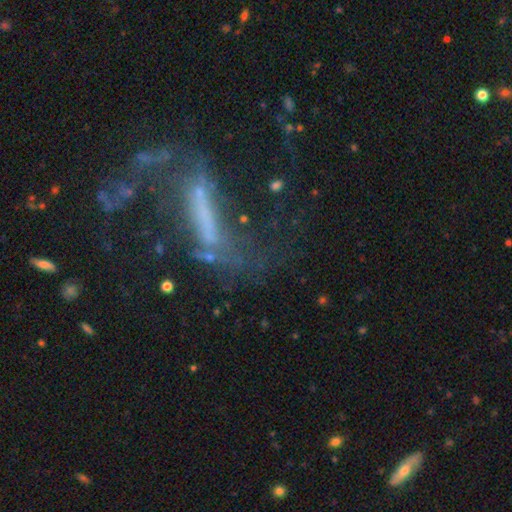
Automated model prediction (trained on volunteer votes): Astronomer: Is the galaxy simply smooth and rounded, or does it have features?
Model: featured or disk — 65%.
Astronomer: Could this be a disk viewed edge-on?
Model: no — 77%.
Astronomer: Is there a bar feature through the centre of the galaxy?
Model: strong — 58%.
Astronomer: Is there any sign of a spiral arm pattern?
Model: yes — 62% (runner-up: no, 38%).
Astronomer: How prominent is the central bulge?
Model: none — 61%.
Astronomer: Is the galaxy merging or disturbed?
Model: none — 42% (runner-up: major disturbance, 34%).